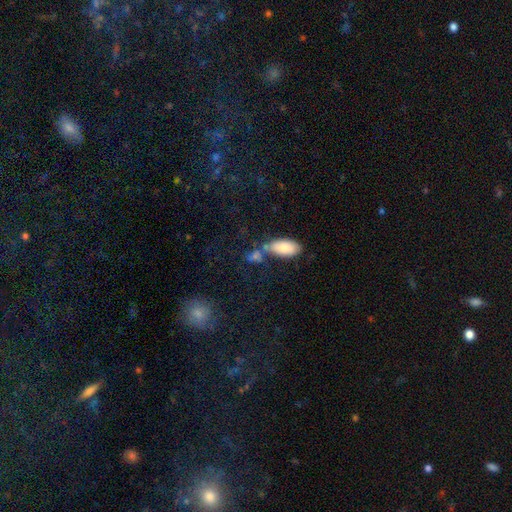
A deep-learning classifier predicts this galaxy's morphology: Smooth or featured?
  - smooth: 75% *
  - featured or disk: 13%
  - star or artifact: 12%
How rounded?
  - in between: 79% *
  - cigar-shaped: 12%
  - round: 10%
Merging?
  - none: 46% *
  - merger: 34%
  - minor disturbance: 14%
  - major disturbance: 6%